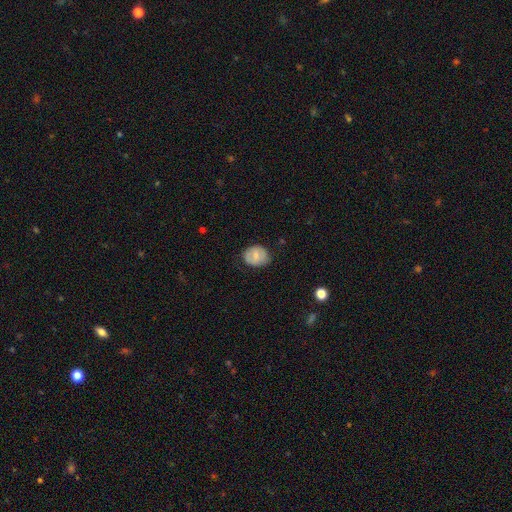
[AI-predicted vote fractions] Smooth or featured?
  - smooth: 62% *
  - featured or disk: 31%
  - star or artifact: 7%
How rounded?
  - round: 53% *
  - in between: 46%
  - cigar-shaped: 1%
Merging?
  - none: 76% *
  - minor disturbance: 18%
  - major disturbance: 5%
  - merger: 1%